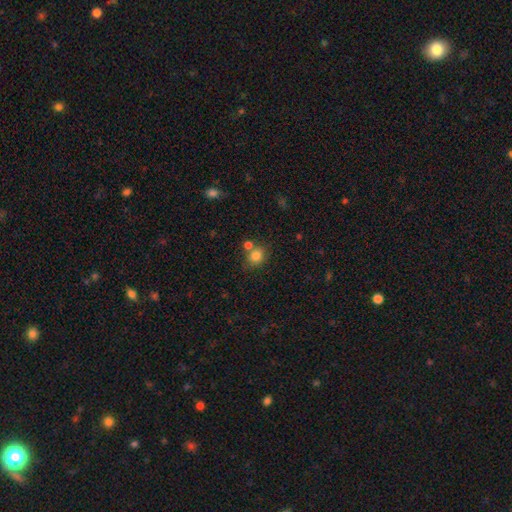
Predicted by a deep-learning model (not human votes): The model was most divided on "how rounded": round: 68%, in between: 31%, cigar-shaped: 1%. More confident: smooth or featured — smooth (82%); merging — none (62%).